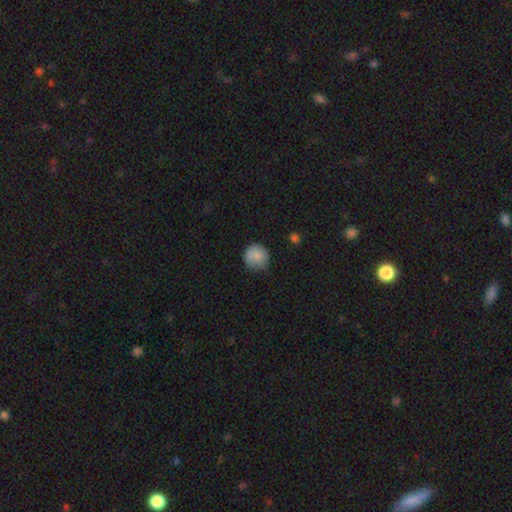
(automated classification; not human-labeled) A smooth galaxy with no disk features (83%) that is round (91%).

Vote fractions:
- Smooth or featured? smooth: 83% / featured or disk: 9% / star or artifact: 8%
- How rounded? round: 91% / in between: 8% / cigar-shaped: 1%
- Merging? none: 76% / minor disturbance: 18% / major disturbance: 4% / merger: 1%